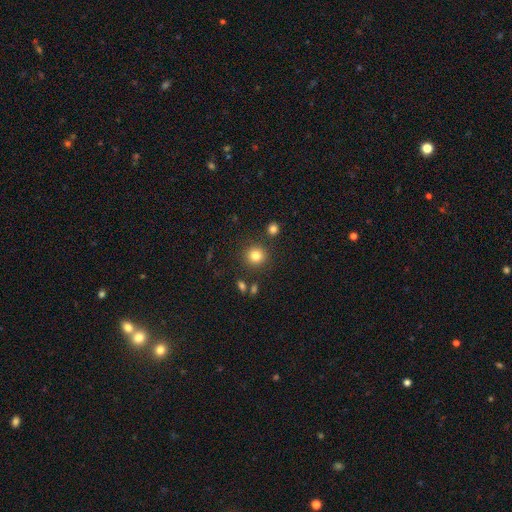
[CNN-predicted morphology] A smooth galaxy with no disk features (82%) that is round (92%). Merging: none (87%).